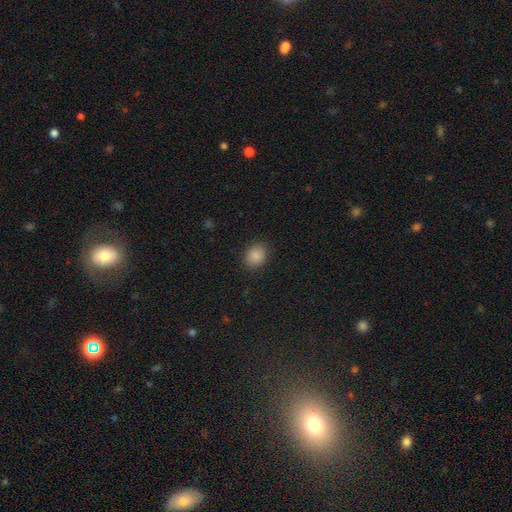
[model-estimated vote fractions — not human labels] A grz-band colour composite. It shows a smooth galaxy with no disk features (86%) that is round (52%). Merging: none (88%).